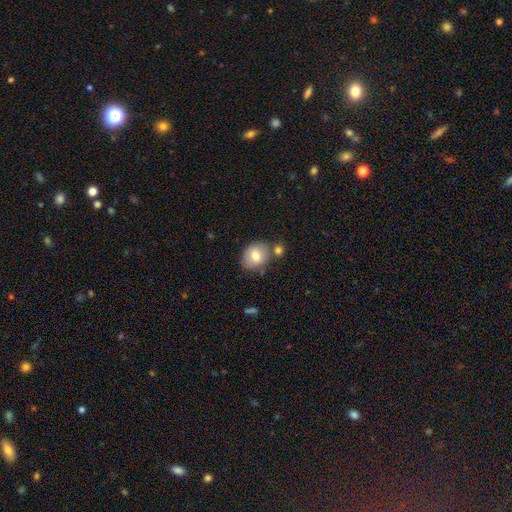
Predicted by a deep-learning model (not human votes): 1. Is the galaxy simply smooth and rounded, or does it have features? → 74% smooth, 17% featured or disk, 9% star or artifact.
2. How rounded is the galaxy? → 53% round, 46% in between, 1% cigar-shaped.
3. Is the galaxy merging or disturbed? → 66% none, 16% merger, 15% minor disturbance, 4% major disturbance.